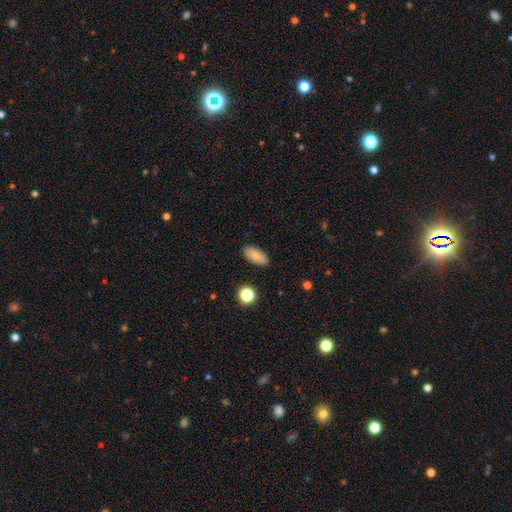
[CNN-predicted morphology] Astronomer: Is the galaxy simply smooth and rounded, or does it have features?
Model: smooth — 77%.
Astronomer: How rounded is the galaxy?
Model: in between — 90%.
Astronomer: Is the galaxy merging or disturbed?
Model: none — 86%.